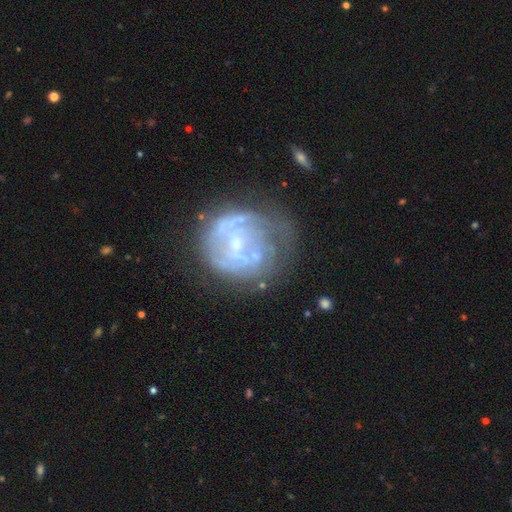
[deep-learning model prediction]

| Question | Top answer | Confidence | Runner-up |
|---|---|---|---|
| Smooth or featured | featured or disk | 74% | smooth (18%) |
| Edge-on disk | no | 98% | yes (2%) |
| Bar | no | 63% | weak (30%) |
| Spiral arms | yes | 68% | no (32%) |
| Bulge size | small | 64% | moderate (24%) |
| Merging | none | 49% | minor disturbance (24%) |